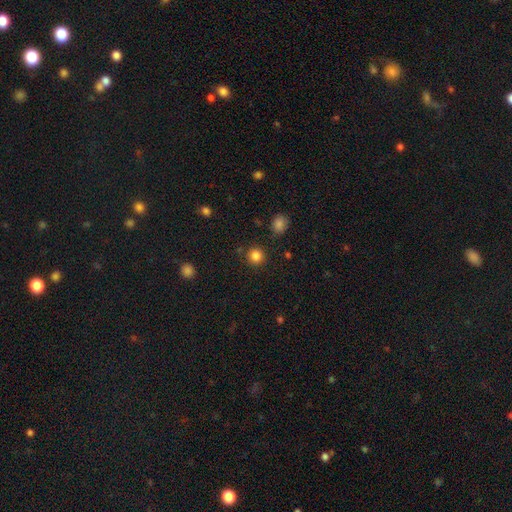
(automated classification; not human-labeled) A smooth galaxy with no disk features (84%) that is round (93%).

Vote fractions:
- Smooth or featured? smooth: 84% / star or artifact: 12% / featured or disk: 4%
- How rounded? round: 93% / in between: 6% / cigar-shaped: 1%
- Merging? none: 88% / minor disturbance: 7% / major disturbance: 3% / merger: 2%